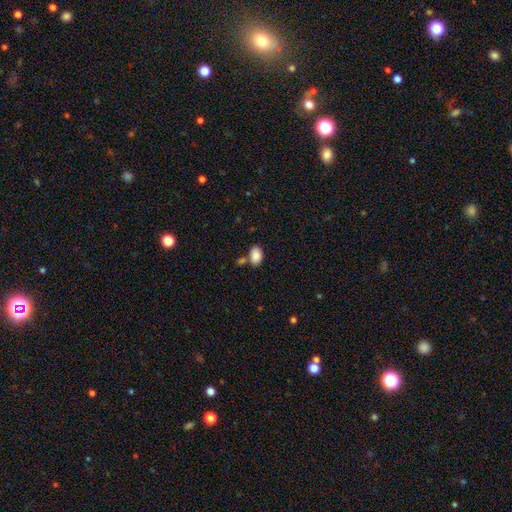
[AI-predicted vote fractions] This is clearly a smooth galaxy (88%). How rounded: clearly in between (85%). Merging: likely none (68%).